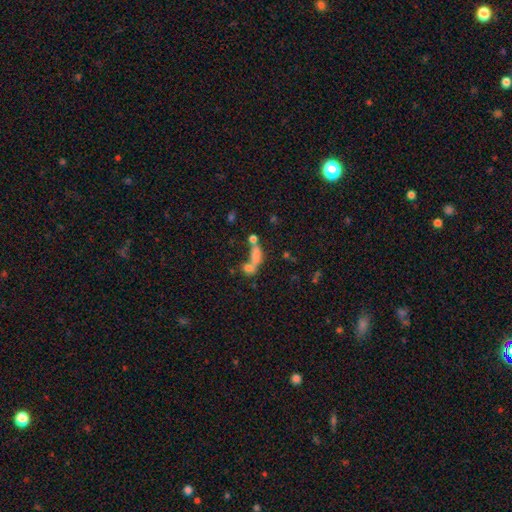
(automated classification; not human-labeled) Smooth or featured? Predicted: smooth (p=0.62). How rounded? Predicted: in between (p=0.61). Merging? Predicted: merger (p=0.60).